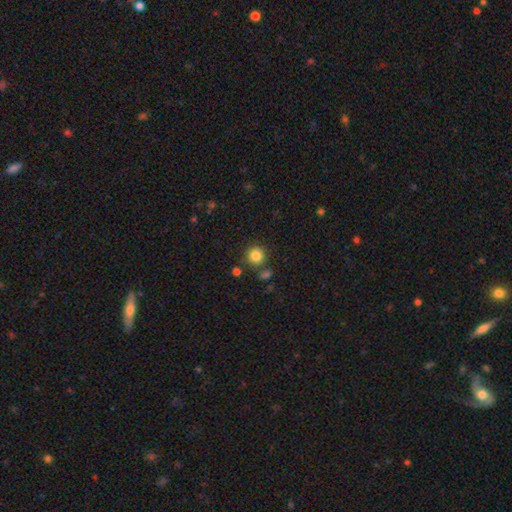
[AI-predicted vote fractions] Smooth or featured? smooth (84%)
How rounded? round (93%)
Merging? none (80%)